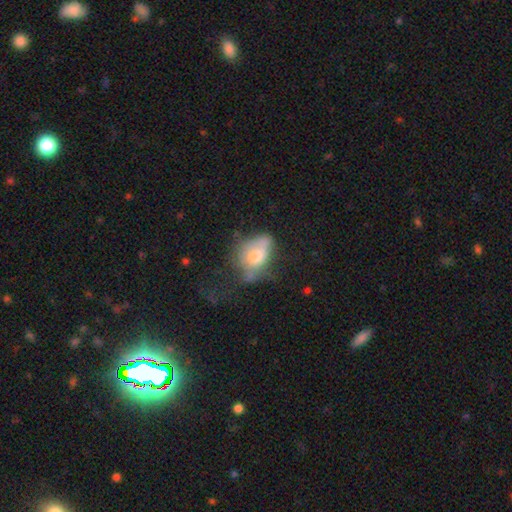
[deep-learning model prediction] Q: Smooth or featured?
A: smooth (63%); runner-up: featured or disk (28%)
Q: How rounded?
A: in between (70%); runner-up: round (28%)
Q: Merging?
A: major disturbance (29%); runner-up: minor disturbance (28%)